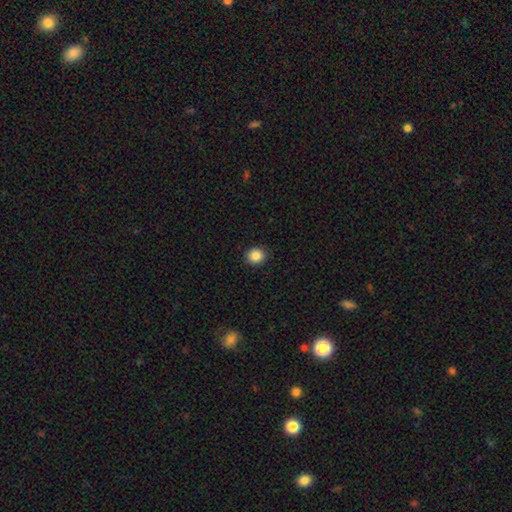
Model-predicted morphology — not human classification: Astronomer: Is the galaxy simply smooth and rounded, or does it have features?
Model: smooth — 86%.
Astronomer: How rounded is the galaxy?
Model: round — 80%.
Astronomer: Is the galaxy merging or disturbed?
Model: none — 91%.